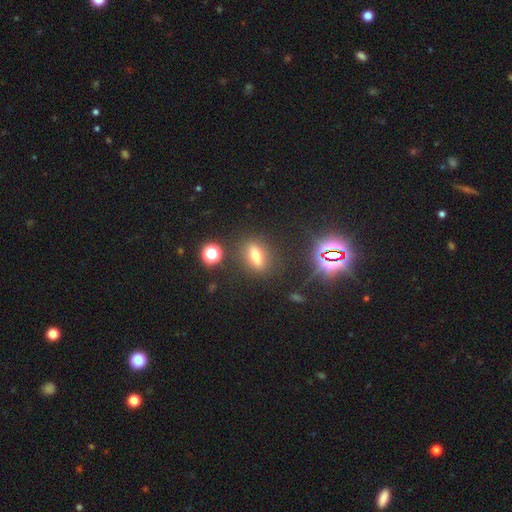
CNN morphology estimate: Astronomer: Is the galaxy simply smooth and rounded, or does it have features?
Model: smooth — 59%.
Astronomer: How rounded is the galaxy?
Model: in between — 63%.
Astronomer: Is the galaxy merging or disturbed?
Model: none — 83%.